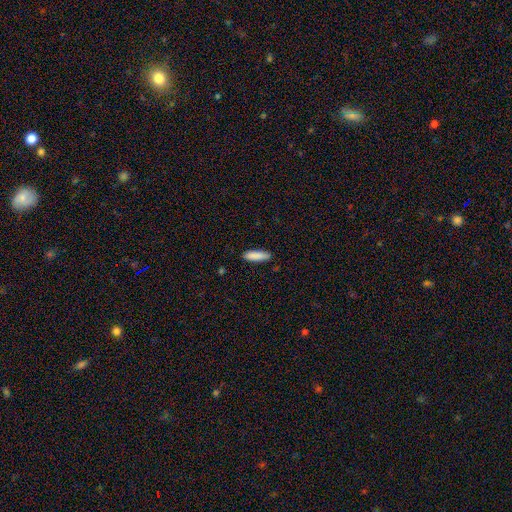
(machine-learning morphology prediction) Smooth or featured: smooth — 88% (star or artifact — 6%)
How rounded: cigar-shaped — 60% (in between — 39%)
Merging: none — 86% (minor disturbance — 11%)